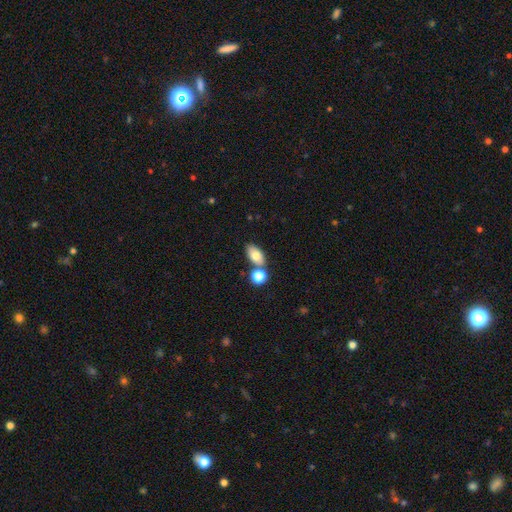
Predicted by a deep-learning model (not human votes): Overall: smooth (77%). How rounded: in between (88%). Merging: none (59%; merger 27%).